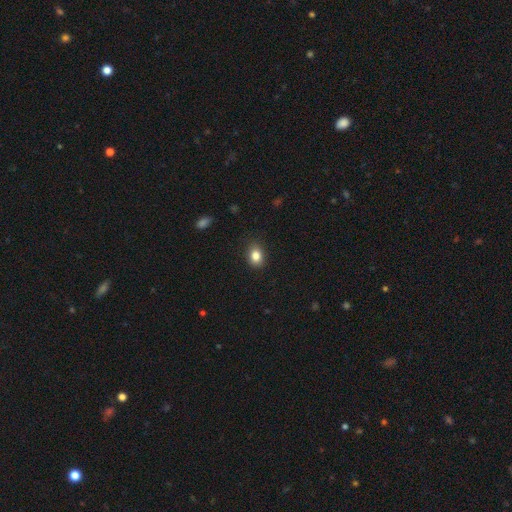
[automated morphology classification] Smooth or featured? Predicted: smooth (p=0.84). How rounded? Predicted: in between (p=0.64). Merging? Predicted: none (p=0.86).